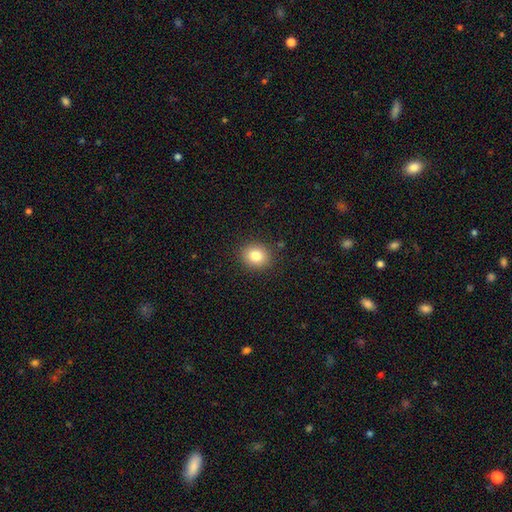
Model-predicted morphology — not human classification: Smooth or featured? smooth (82%)
How rounded? round (73%)
Merging? none (89%)